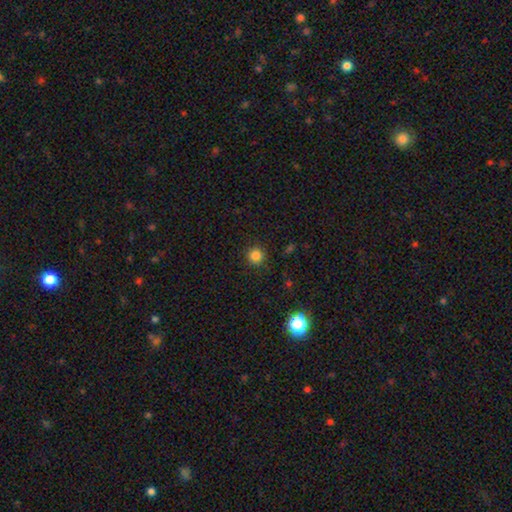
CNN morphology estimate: This is clearly a smooth galaxy (82%). How rounded: clearly round (95%). Merging: clearly none (91%).